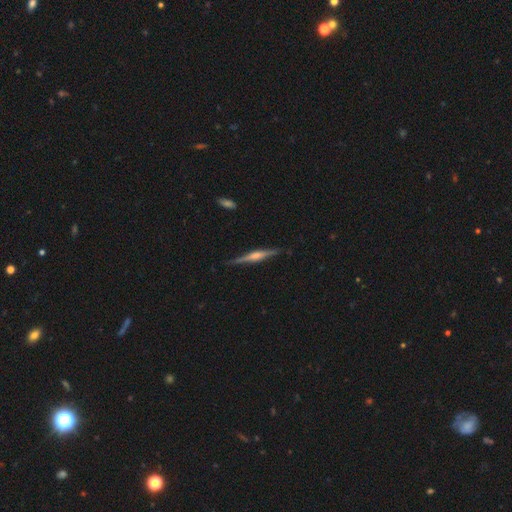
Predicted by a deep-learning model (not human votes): Overall: featured or disk (76%). Edge-on disk: yes (98%). Edge-on bulge: rounded (66%). Merging: none (87%).